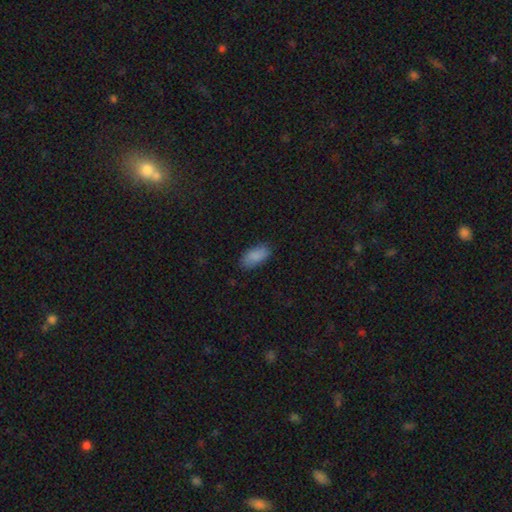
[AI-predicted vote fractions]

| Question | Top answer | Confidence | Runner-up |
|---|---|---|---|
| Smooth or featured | smooth | 87% | star or artifact (7%) |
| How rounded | in between | 92% | cigar-shaped (5%) |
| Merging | none | 81% | minor disturbance (15%) |